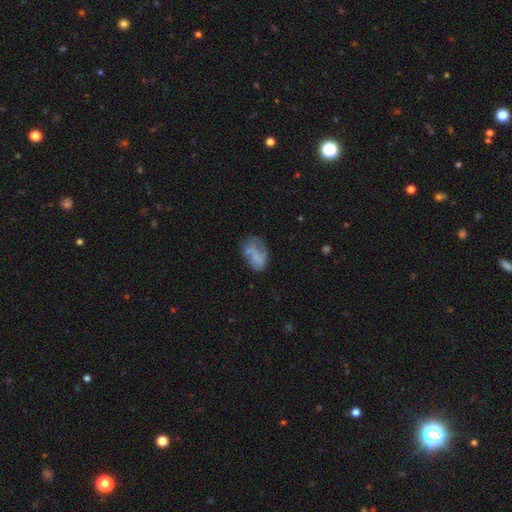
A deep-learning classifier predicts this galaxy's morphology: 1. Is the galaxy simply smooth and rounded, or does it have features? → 55% smooth, 35% featured or disk, 10% star or artifact.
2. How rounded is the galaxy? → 86% in between, 12% round, 2% cigar-shaped.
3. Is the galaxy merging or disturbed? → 41% none, 28% minor disturbance, 22% major disturbance, 9% merger.